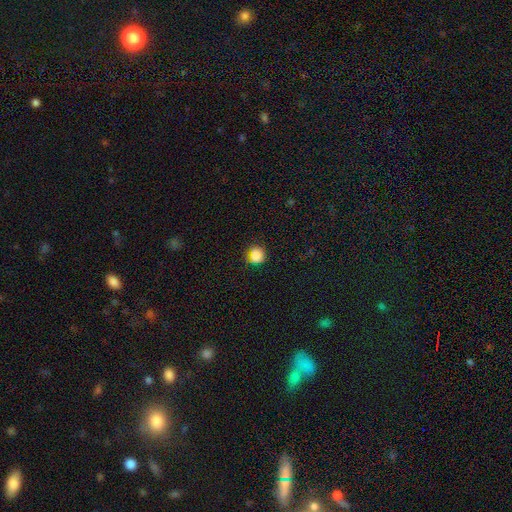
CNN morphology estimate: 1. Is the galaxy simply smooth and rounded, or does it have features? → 83% smooth, 12% star or artifact, 5% featured or disk.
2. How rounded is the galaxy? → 89% round, 10% in between, 1% cigar-shaped.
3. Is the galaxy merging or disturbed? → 78% none, 16% minor disturbance, 4% major disturbance, 2% merger.